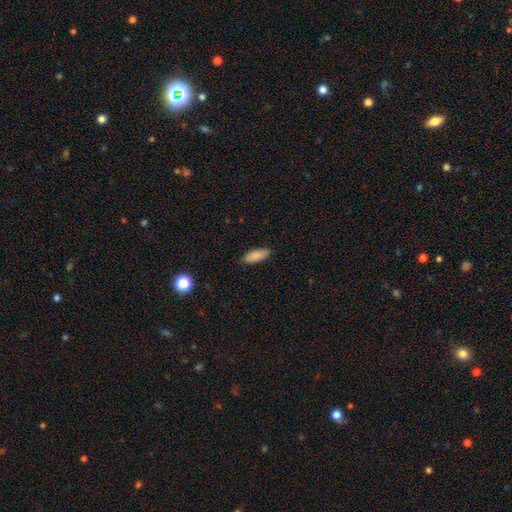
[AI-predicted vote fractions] Smooth or featured?
  - smooth: 88% *
  - star or artifact: 7%
  - featured or disk: 6%
How rounded?
  - in between: 73% *
  - cigar-shaped: 25%
  - round: 2%
Merging?
  - none: 83% *
  - minor disturbance: 13%
  - major disturbance: 2%
  - merger: 1%